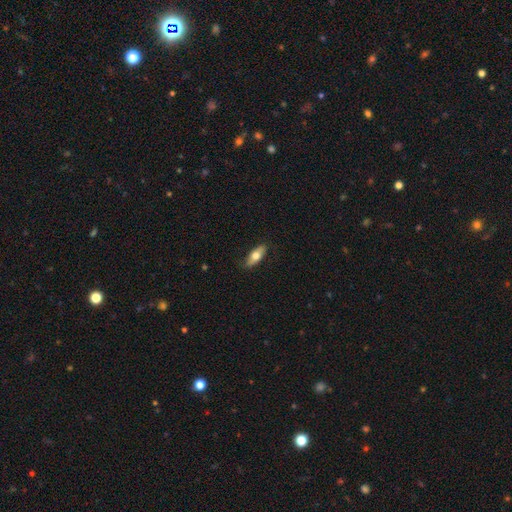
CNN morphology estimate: Smooth or featured?
  - smooth: 64% *
  - featured or disk: 30%
  - star or artifact: 6%
How rounded?
  - in between: 71% *
  - cigar-shaped: 26%
  - round: 3%
Merging?
  - none: 83% *
  - minor disturbance: 13%
  - major disturbance: 2%
  - merger: 1%